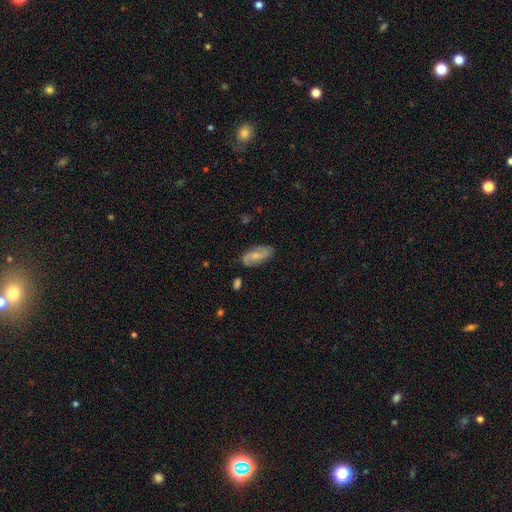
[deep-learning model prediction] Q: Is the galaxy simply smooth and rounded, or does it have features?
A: featured or disk — 56%.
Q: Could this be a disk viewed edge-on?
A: no — 94%.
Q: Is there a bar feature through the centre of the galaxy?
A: no — 46%.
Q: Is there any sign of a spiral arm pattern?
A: yes — 89%.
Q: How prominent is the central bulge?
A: small — 46%.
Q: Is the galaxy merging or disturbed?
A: none — 80%.